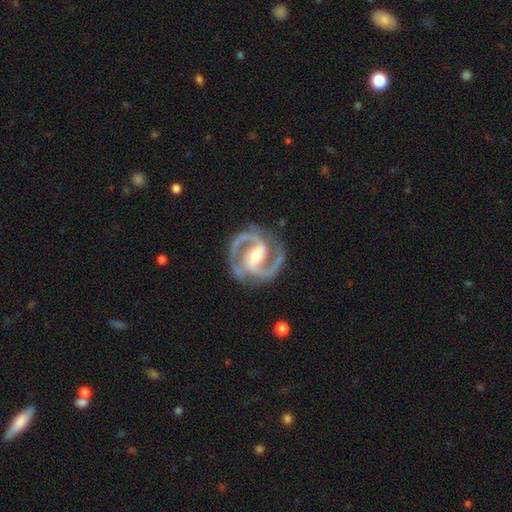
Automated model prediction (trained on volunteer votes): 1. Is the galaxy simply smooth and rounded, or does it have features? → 94% featured or disk, 4% star or artifact, 2% smooth.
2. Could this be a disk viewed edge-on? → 98% no, 2% yes.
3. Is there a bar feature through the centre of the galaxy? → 48% strong, 36% weak, 16% no.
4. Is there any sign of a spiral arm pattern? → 99% yes, 1% no.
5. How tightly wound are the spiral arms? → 62% medium, 31% tight, 7% loose.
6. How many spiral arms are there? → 92% 2, 3% 3, 1% can't tell, 1% 1, 1% 4, 1% more than 4.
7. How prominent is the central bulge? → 59% moderate, 36% small, 3% large, 1% none, 1% dominant.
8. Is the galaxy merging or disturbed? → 83% none, 11% minor disturbance, 4% major disturbance, 1% merger.